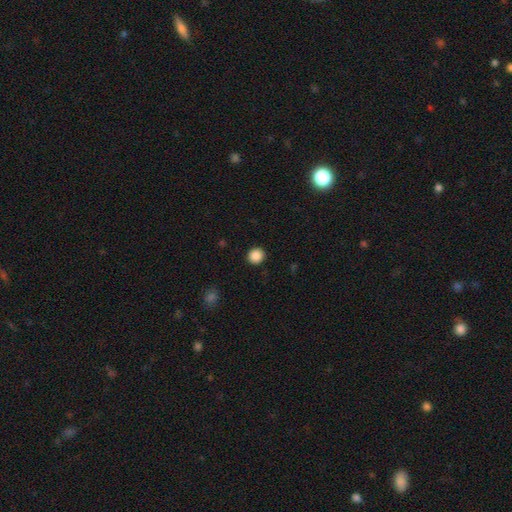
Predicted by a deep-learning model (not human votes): Smooth or featured? smooth (87%)
How rounded? round (92%)
Merging? none (93%)